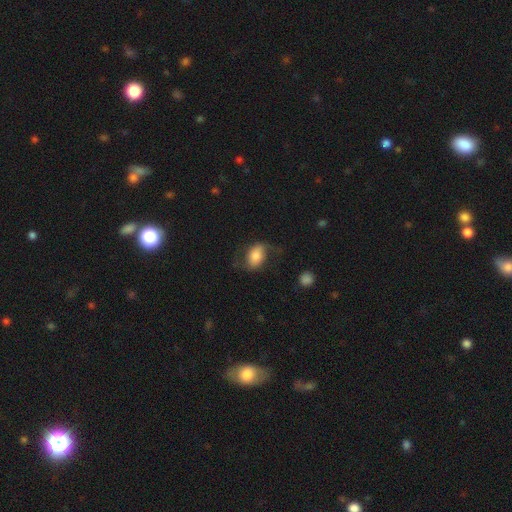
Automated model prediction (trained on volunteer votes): Smooth or featured: smooth — 56% (featured or disk — 36%)
How rounded: in between — 82% (round — 16%)
Merging: none — 54% (minor disturbance — 24%)